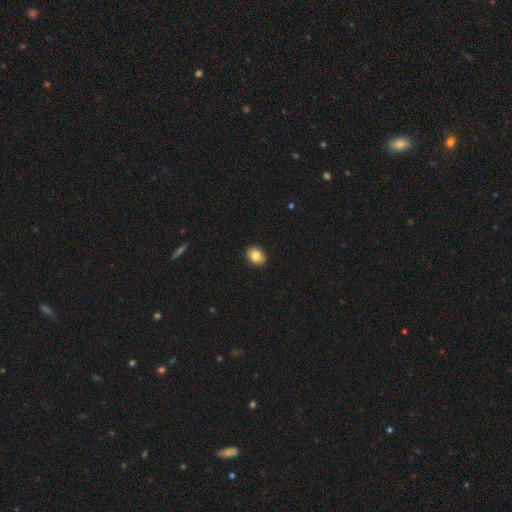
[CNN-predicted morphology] Smooth or featured: smooth — 83% (featured or disk — 9%)
How rounded: in between — 66% (round — 33%)
Merging: none — 90% (minor disturbance — 7%)